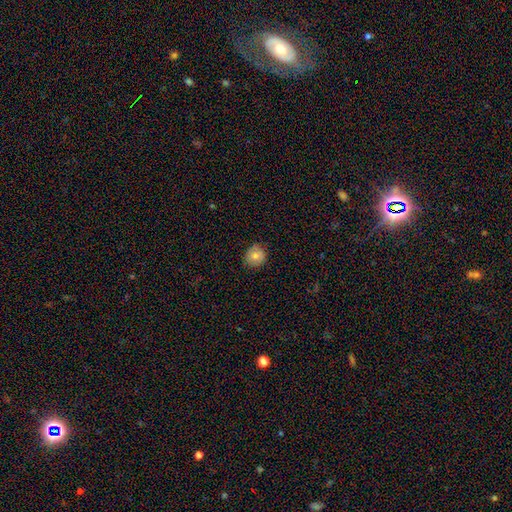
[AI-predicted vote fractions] Smooth or featured: smooth — 75% (featured or disk — 16%)
How rounded: round — 85% (in between — 14%)
Merging: none — 82% (minor disturbance — 15%)